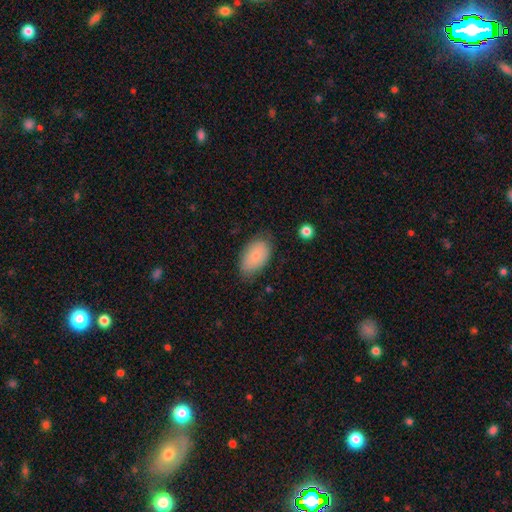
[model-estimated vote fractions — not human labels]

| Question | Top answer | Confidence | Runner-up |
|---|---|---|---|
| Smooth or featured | smooth | 80% | featured or disk (13%) |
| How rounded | in between | 93% | round (6%) |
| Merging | none | 74% | minor disturbance (20%) |